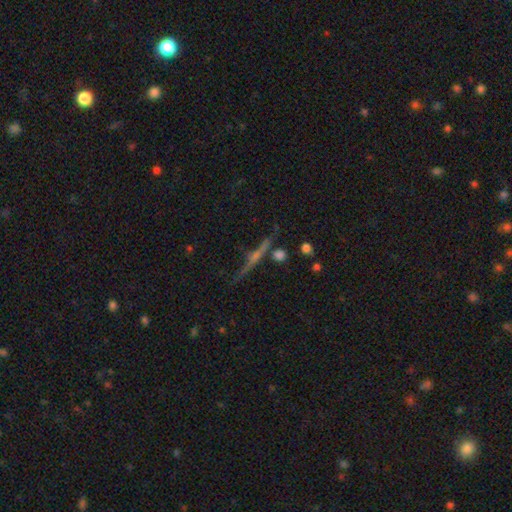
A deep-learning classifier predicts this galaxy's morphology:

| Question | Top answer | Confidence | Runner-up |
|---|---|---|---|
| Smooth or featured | featured or disk | 71% | smooth (16%) |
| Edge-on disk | yes | 96% | no (4%) |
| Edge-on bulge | rounded | 68% | none (22%) |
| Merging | none | 80% | minor disturbance (11%) |